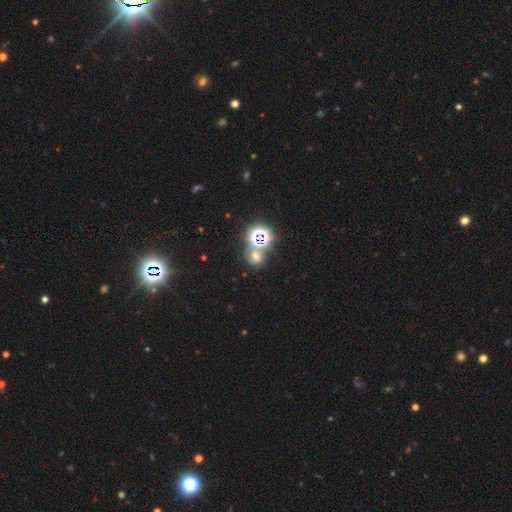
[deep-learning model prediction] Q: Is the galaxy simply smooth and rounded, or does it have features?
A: star or artifact — 47%.